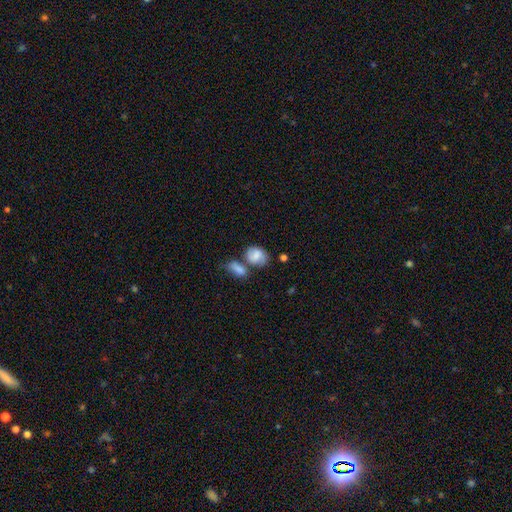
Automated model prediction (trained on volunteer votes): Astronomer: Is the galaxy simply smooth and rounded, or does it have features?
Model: smooth — 72%.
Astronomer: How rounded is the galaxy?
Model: in between — 62%.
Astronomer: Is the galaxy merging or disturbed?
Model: none — 42% (runner-up: merger, 36%).